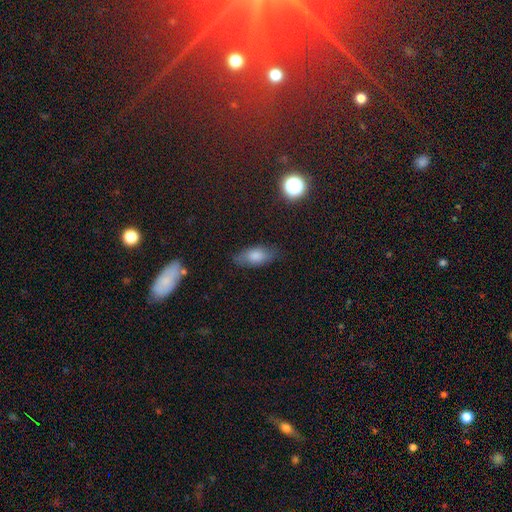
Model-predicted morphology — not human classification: This appears to be a smooth galaxy with no disk features (77%) that is in between round and cigar-shaped (83%). Merging: none (75%).